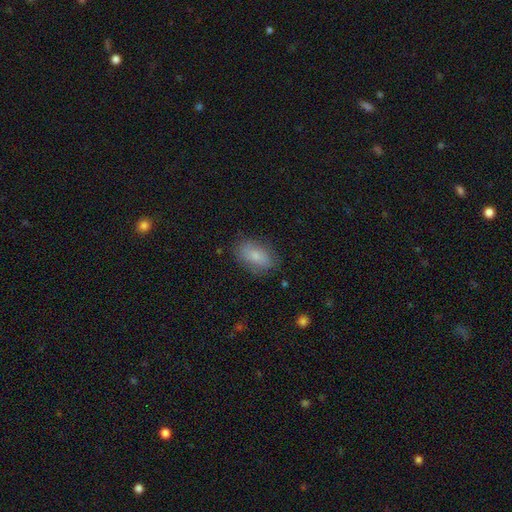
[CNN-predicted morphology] smooth_or_featured: smooth (p=0.79) [alt: featured or disk p=0.14]
how_rounded: in between (p=0.90) [alt: round p=0.06]
merging: none (p=0.77) [alt: minor disturbance p=0.17]